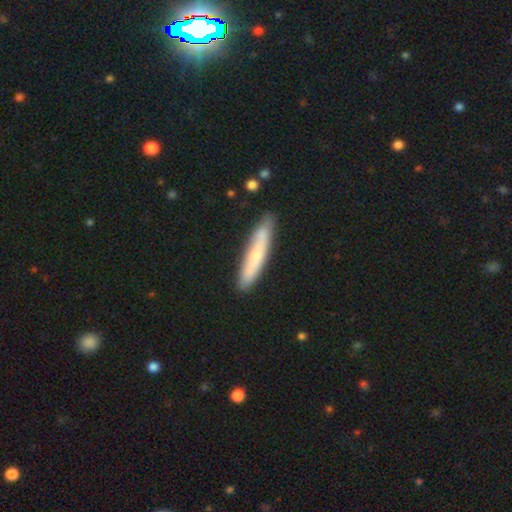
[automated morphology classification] Smooth or featured? Predicted: smooth (p=0.65). How rounded? Predicted: cigar-shaped (p=0.92). Merging? Predicted: none (p=0.84).